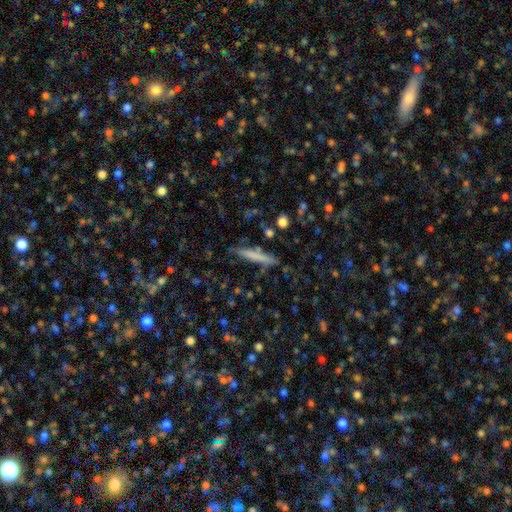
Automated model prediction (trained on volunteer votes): Smooth or featured?
  - smooth: 70% *
  - featured or disk: 21%
  - star or artifact: 9%
How rounded?
  - cigar-shaped: 90% *
  - in between: 8%
  - round: 2%
Merging?
  - none: 80% *
  - minor disturbance: 13%
  - merger: 4%
  - major disturbance: 3%